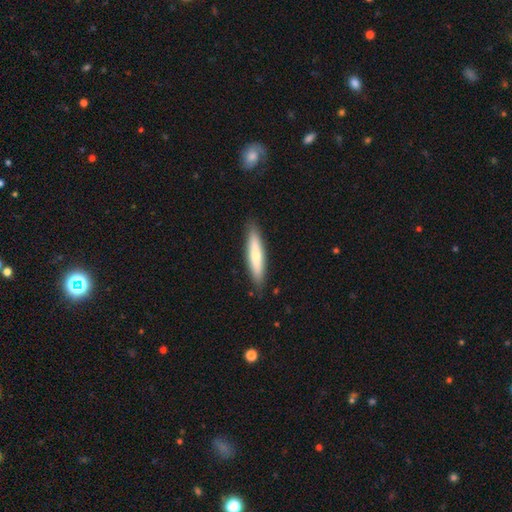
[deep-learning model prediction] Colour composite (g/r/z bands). It shows a smooth galaxy with no disk features (63%) that is cigar-shaped (83%). Merging: none (87%).